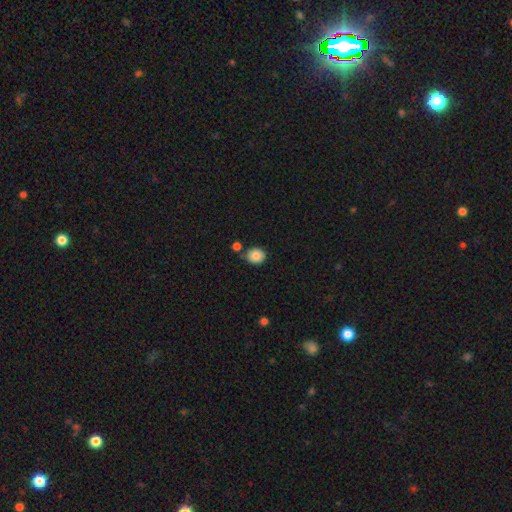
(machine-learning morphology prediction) The model was most divided on "how rounded": round: 70%, in between: 29%, cigar-shaped: 1%. More confident: smooth or featured — smooth (84%); merging — none (77%).